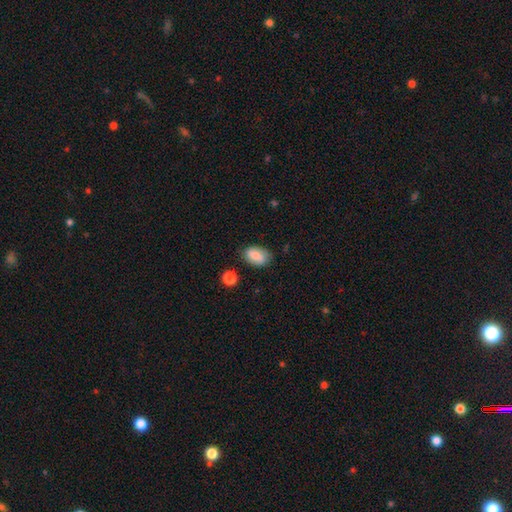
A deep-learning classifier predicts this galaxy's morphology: Smooth or featured: smooth — 81% (featured or disk — 11%)
How rounded: in between — 88% (round — 10%)
Merging: none — 72% (minor disturbance — 20%)